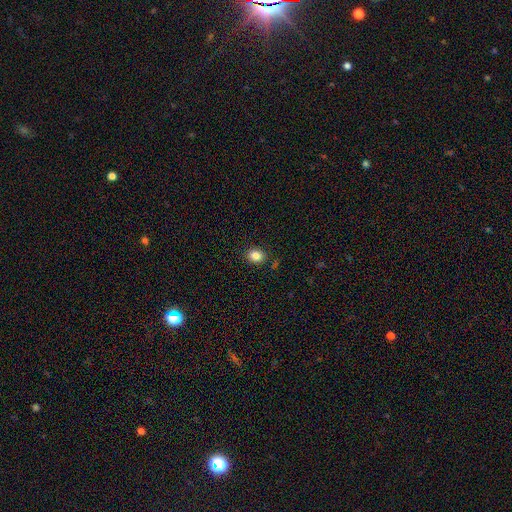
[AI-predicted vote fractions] Morphology: type=smooth (84%); roundness=round (57%); merging=none (87%).